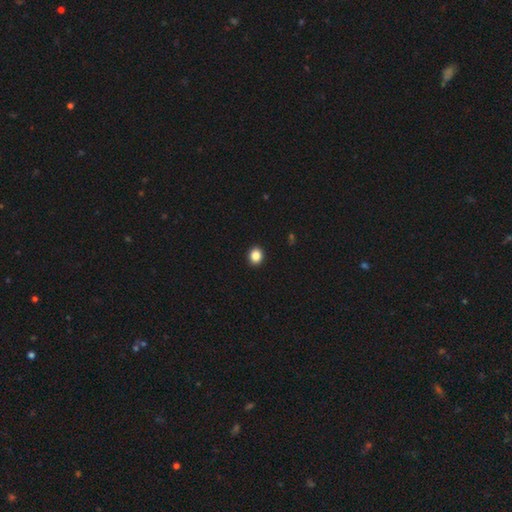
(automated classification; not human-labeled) A smooth galaxy with no disk features (86%) that is round (73%).

Vote fractions:
- Smooth or featured? smooth: 86% / star or artifact: 10% / featured or disk: 4%
- How rounded? round: 73% / in between: 27% / cigar-shaped: 1%
- Merging? none: 93% / minor disturbance: 4% / major disturbance: 1% / merger: 1%